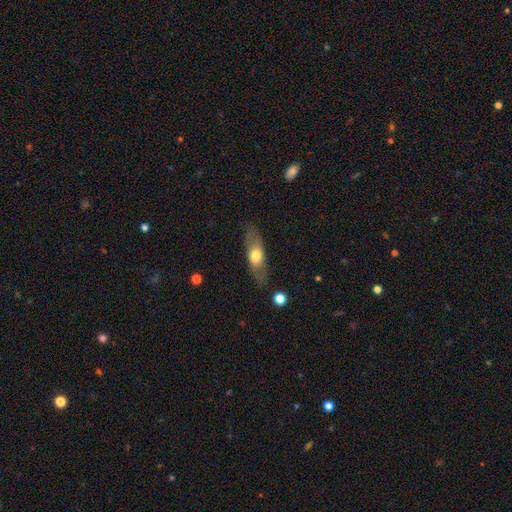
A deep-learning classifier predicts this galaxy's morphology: smooth 54%, featured or disk 40%, star or artifact 6%. Down the decision tree: how rounded — in between (56%); merging — none (78%).